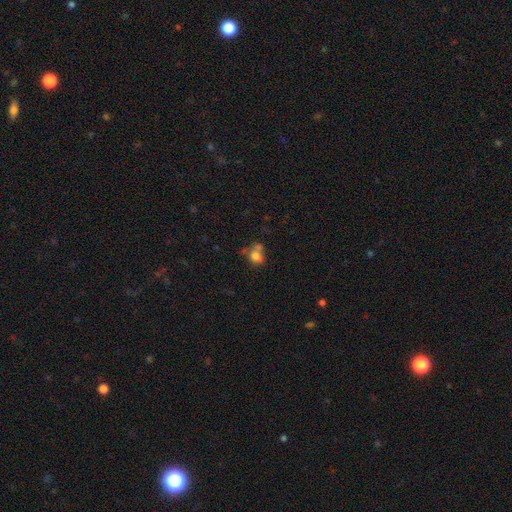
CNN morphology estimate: smooth 75%, star or artifact 12%, featured or disk 12%. Down the decision tree: how rounded — round (62%); merging — none (40%).